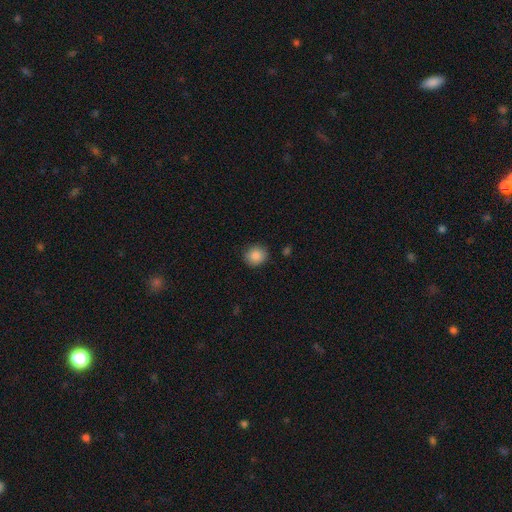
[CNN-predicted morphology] Q: Smooth or featured?
A: smooth (87%); runner-up: star or artifact (9%)
Q: How rounded?
A: round (80%); runner-up: in between (19%)
Q: Merging?
A: none (88%); runner-up: minor disturbance (9%)